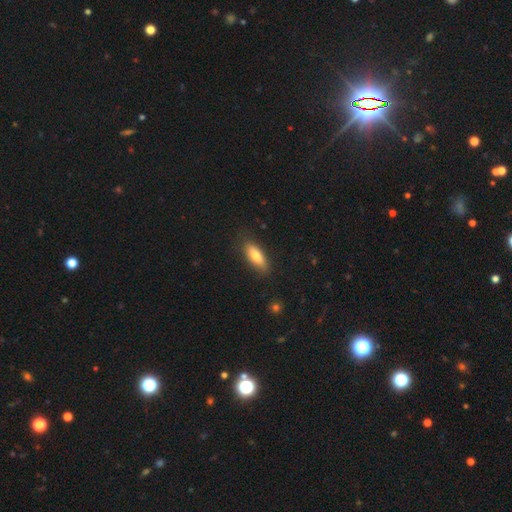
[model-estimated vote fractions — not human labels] Smooth or featured?
  - smooth: 77% *
  - featured or disk: 17%
  - star or artifact: 6%
How rounded?
  - in between: 71% *
  - cigar-shaped: 27%
  - round: 2%
Merging?
  - none: 84% *
  - minor disturbance: 12%
  - major disturbance: 3%
  - merger: 1%